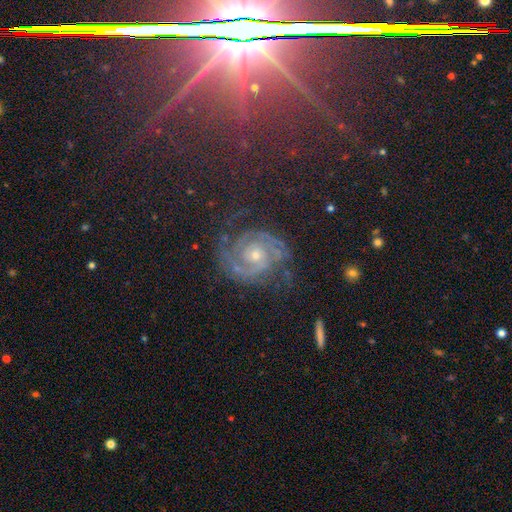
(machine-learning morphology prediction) A featured or disk galaxy (78%) with no bar (71%), 2 (76%) tight (61%) spiral arms (98%) and a small central bulge (50%).

Vote fractions:
- Smooth or featured? featured or disk: 78% / star or artifact: 15% / smooth: 7%
- Edge-on disk? no: 98% / yes: 2%
- Bar? no: 71% / weak: 22% / strong: 7%
- Spiral arms? yes: 98% / no: 2%
- Spiral winding? tight: 61% / medium: 33% / loose: 6%
- Spiral arm count? 2: 76% / 3: 8% / can't tell: 7% / 1: 3% / 4: 3% / more than 4: 3%
- Bulge size? small: 50% / moderate: 45% / large: 2% / none: 1% / dominant: 1%
- Merging? none: 77% / minor disturbance: 16% / major disturbance: 6% / merger: 2%